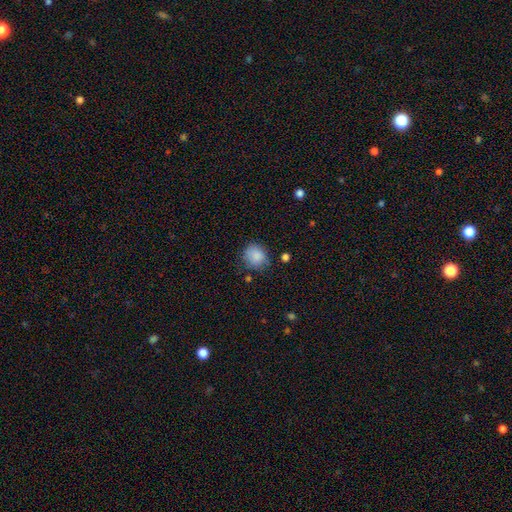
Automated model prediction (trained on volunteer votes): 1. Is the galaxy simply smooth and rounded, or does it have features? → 86% smooth, 9% star or artifact, 5% featured or disk.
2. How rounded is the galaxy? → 75% round, 24% in between, 1% cigar-shaped.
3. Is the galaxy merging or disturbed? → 71% none, 21% minor disturbance, 5% major disturbance, 3% merger.